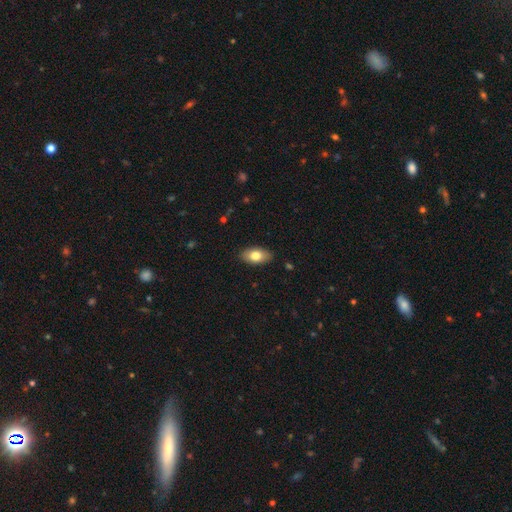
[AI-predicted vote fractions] Overall: smooth (79%). How rounded: in between (92%). Merging: none (88%).